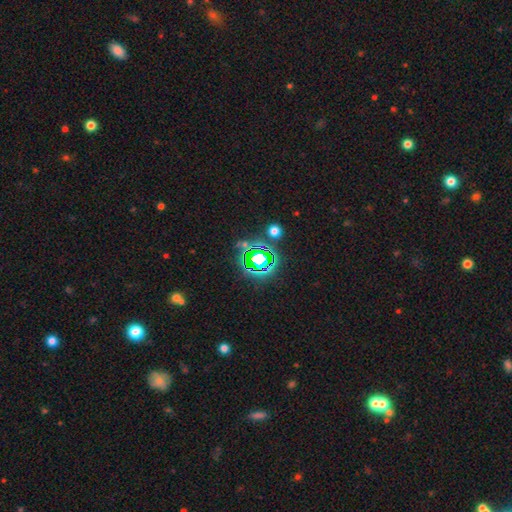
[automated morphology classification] Overall: star or artifact (76%).